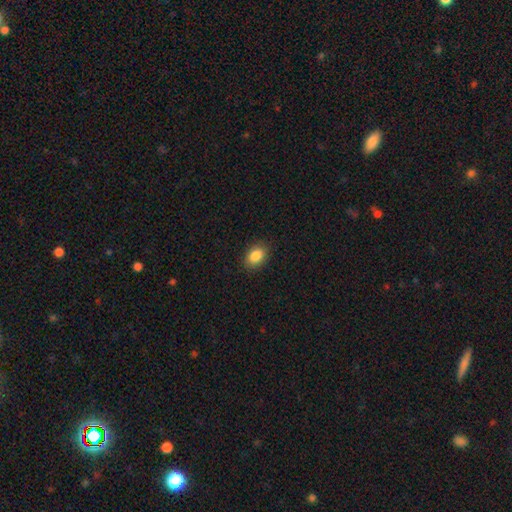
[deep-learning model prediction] smooth_or_featured: smooth (p=0.87) [alt: star or artifact p=0.08]
how_rounded: in between (p=0.80) [alt: round p=0.19]
merging: none (p=0.88) [alt: minor disturbance p=0.09]